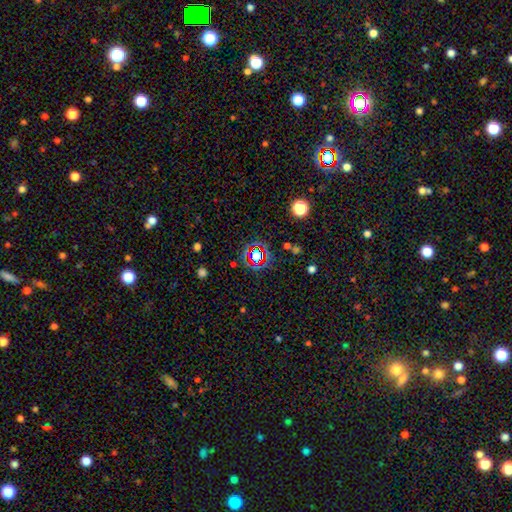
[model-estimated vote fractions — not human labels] smooth-or-featured: star or artifact: 64% | smooth: 25% | featured or disk: 12%